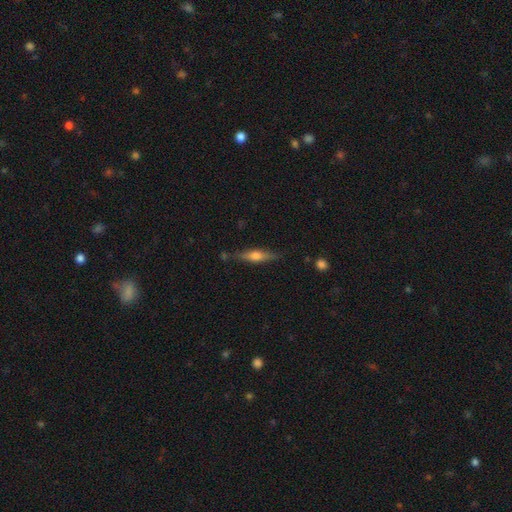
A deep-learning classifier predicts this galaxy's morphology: Overall: featured or disk (49%; smooth 44%). Merging: none (80%).